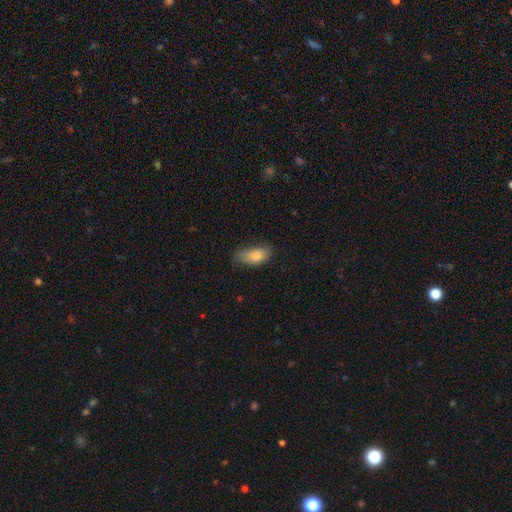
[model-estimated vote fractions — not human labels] A smooth galaxy with no disk features (82%) that is in between round and cigar-shaped (89%). Merging: none (51%).